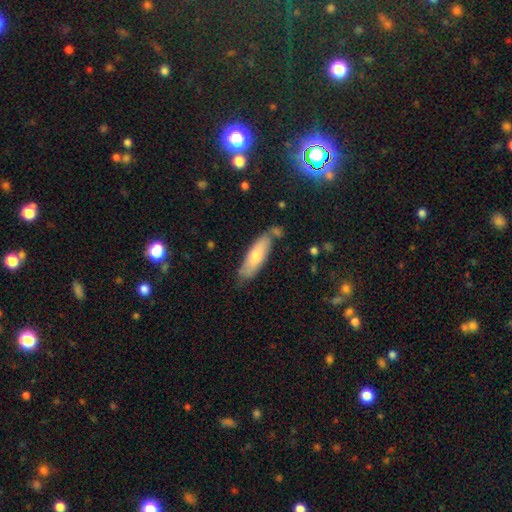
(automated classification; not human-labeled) Overall: smooth (69%). How rounded: cigar-shaped (53%; in between 45%). Merging: none (73%).